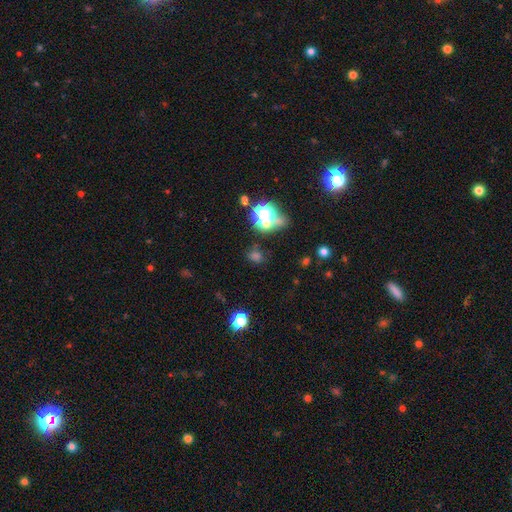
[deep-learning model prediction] This is possibly a smooth galaxy (47%). Merging: likely none (71%).